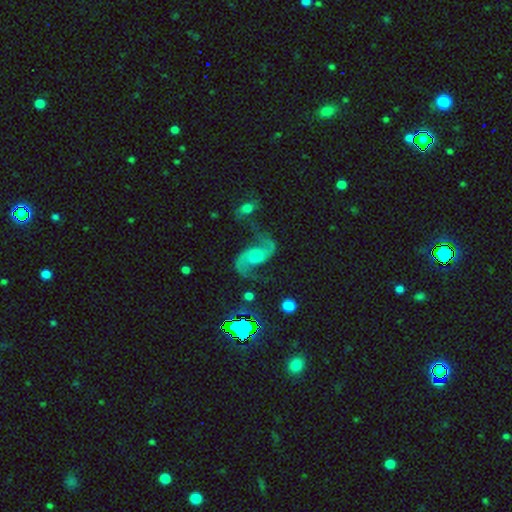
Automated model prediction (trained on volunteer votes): Smooth or featured: featured or disk — 87% (star or artifact — 7%)
Edge-on disk: no — 97% (yes — 3%)
Bar: no — 57% (weak — 34%)
Spiral arms: yes — 97% (no — 3%)
Spiral winding: loose — 70% (medium — 25%)
Spiral arm count: 2 — 93% (1 — 2%)
Bulge size: moderate — 48% (small — 31%)
Merging: none — 62% (minor disturbance — 16%)